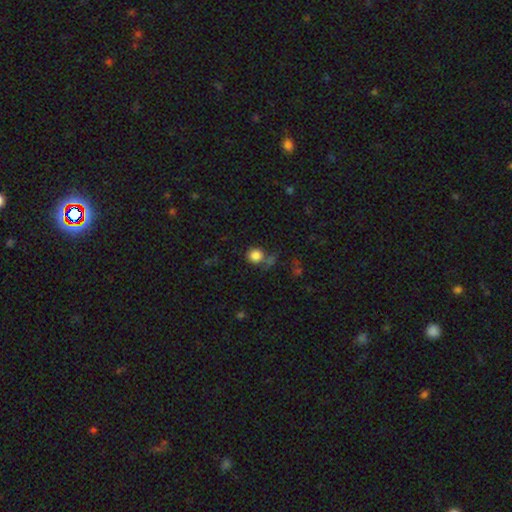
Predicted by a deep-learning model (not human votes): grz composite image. It shows a smooth galaxy with no disk features (84%) that is round (92%). Merging: none (67%).